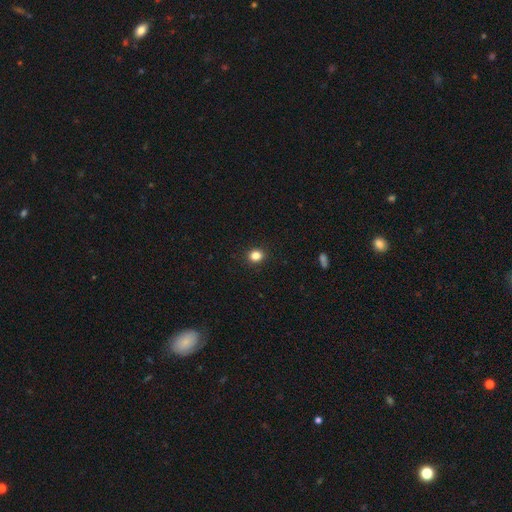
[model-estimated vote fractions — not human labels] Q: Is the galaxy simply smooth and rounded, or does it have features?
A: smooth — 83%.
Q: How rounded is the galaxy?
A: round — 75%.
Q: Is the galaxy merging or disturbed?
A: none — 92%.